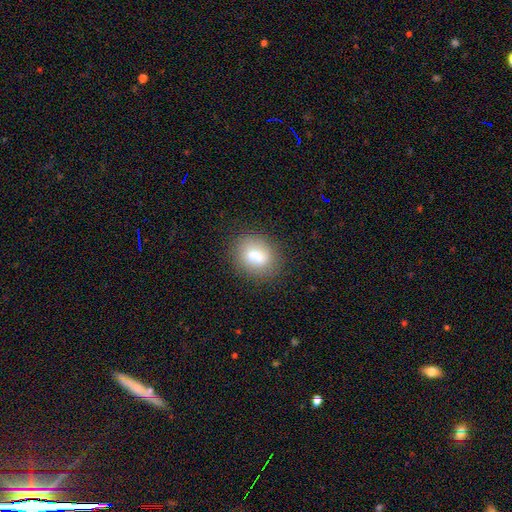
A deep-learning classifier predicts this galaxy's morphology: The model was most divided on "how rounded": in between: 50%, round: 48%, cigar-shaped: 2%. More confident: smooth or featured — smooth (73%); merging — none (68%).